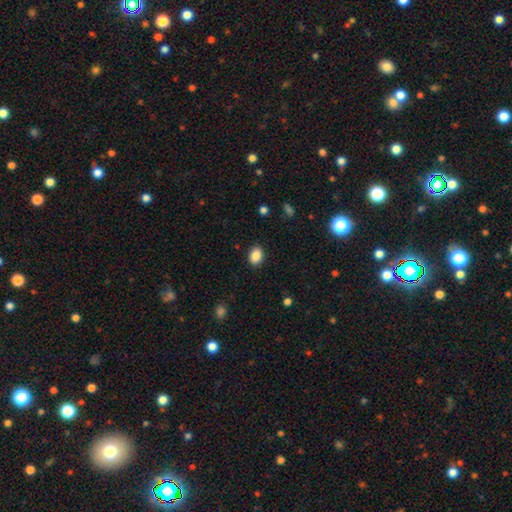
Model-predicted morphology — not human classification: Q: Smooth or featured?
A: smooth (88%); runner-up: star or artifact (9%)
Q: How rounded?
A: in between (68%); runner-up: round (31%)
Q: Merging?
A: none (89%); runner-up: minor disturbance (8%)